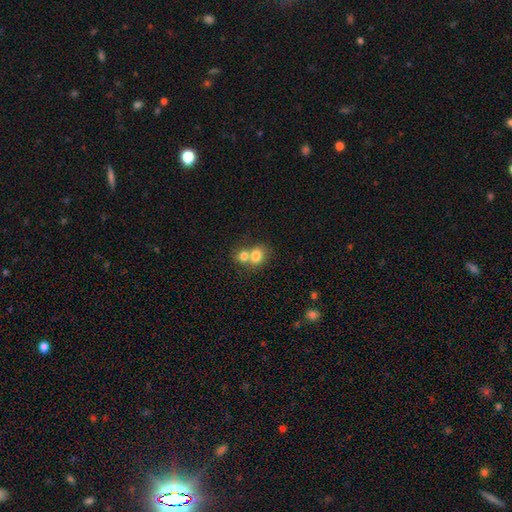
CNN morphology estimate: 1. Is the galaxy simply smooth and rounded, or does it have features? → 77% smooth, 14% featured or disk, 9% star or artifact.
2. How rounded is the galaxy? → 57% round, 42% in between, 1% cigar-shaped.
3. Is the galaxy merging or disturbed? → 65% merger, 26% none, 6% minor disturbance, 3% major disturbance.